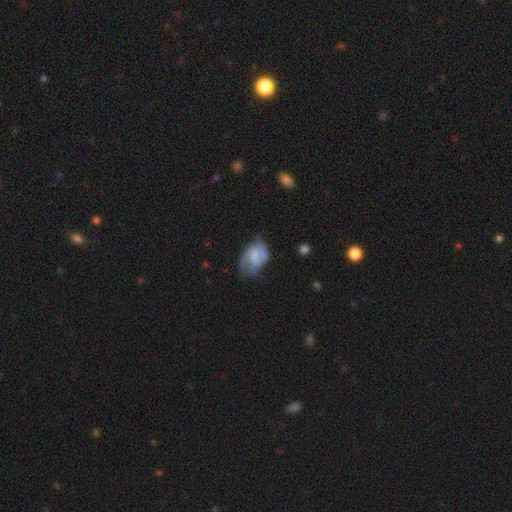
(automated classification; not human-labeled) smooth_or_featured: smooth (p=0.47) [alt: featured or disk p=0.45]
merging: none (p=0.36) [alt: minor disturbance p=0.35]